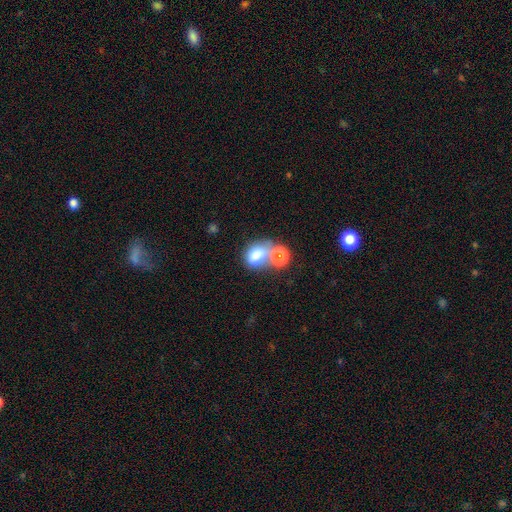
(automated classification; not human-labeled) Morphology: type=smooth (76%); roundness=in between (61%); merging=merger (55%).